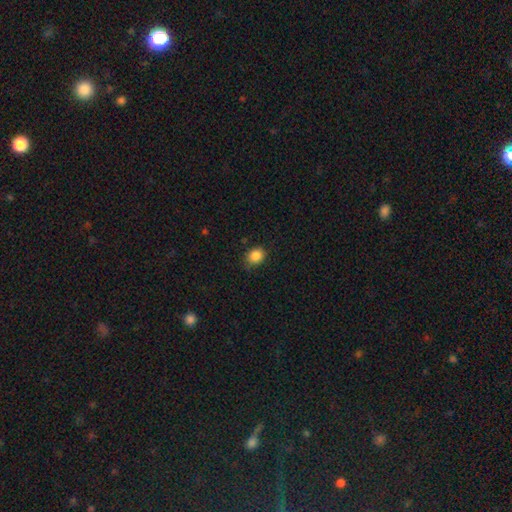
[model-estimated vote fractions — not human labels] This appears to be a smooth galaxy with no disk features (86%) that is round (61%). Merging: none (74%).